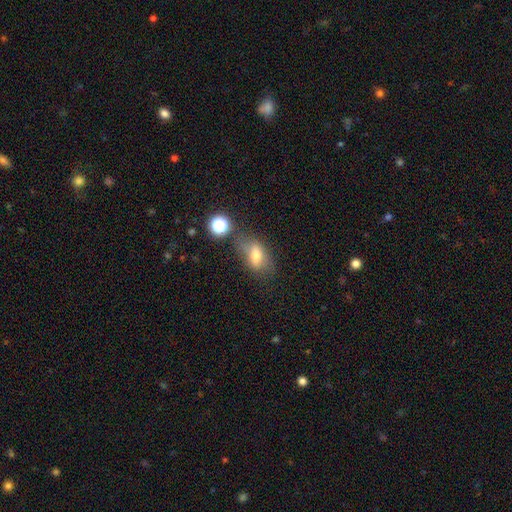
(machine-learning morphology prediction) smooth-or-featured: smooth: 63% | featured or disk: 25% | star or artifact: 12%
  how-rounded: in between: 81% | round: 14% | cigar-shaped: 5%
  merging: none: 53% | minor disturbance: 23% | major disturbance: 12% | merger: 12%